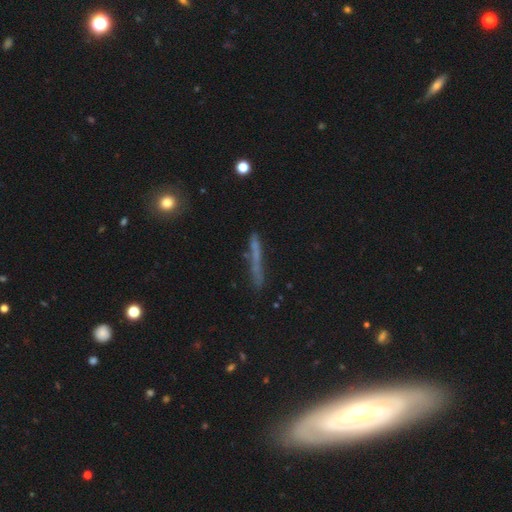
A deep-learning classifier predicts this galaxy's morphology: Smooth or featured? smooth (50%)
Merging? none (75%)